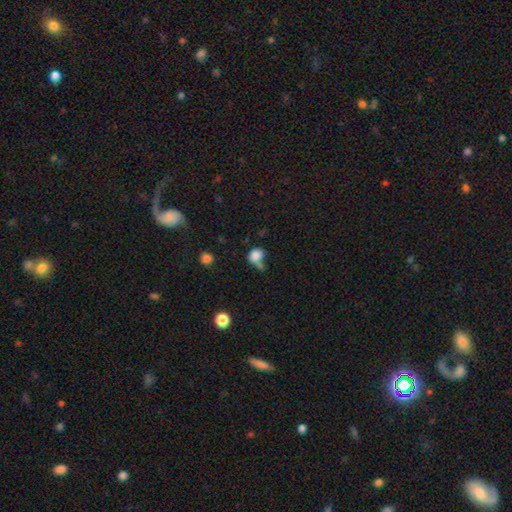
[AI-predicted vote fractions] Smooth or featured? Predicted: smooth (p=0.81). How rounded? Predicted: round (p=0.55). Merging? Predicted: none (p=0.37).